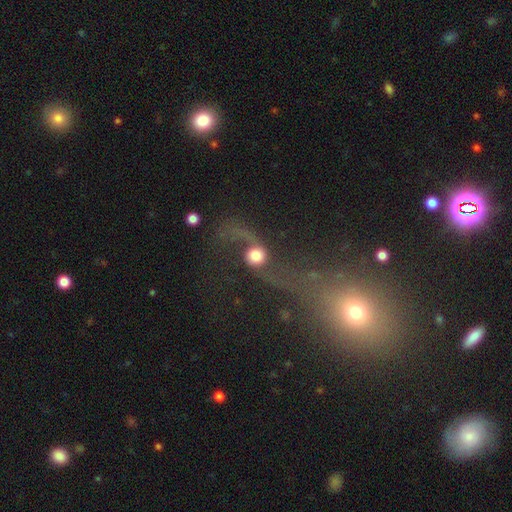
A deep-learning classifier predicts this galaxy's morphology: smooth-or-featured: featured or disk: 62% | smooth: 28% | star or artifact: 10%
  disk-edge-on: no: 92% | yes: 8%
    bar: no: 73% | weak: 20% | strong: 7%
    has-spiral-arms: yes: 87% | no: 13%
    bulge-size: large: 39% | dominant: 28% | moderate: 22% | small: 8% | none: 3%
  merging: none: 41% | major disturbance: 33% | minor disturbance: 15% | merger: 12%